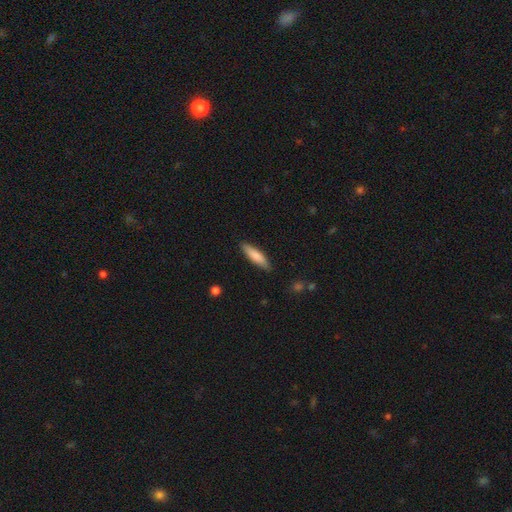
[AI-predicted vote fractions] Q: Smooth or featured?
A: smooth (80%); runner-up: featured or disk (15%)
Q: How rounded?
A: cigar-shaped (71%); runner-up: in between (28%)
Q: Merging?
A: none (88%); runner-up: minor disturbance (10%)